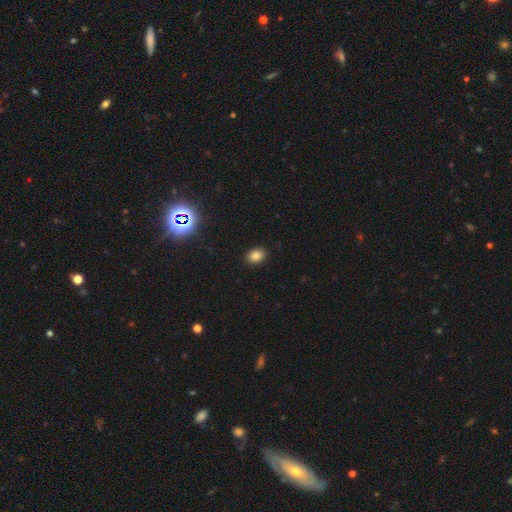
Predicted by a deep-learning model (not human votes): Morphology: type=smooth (83%); roundness=in between (66%); merging=none (90%).